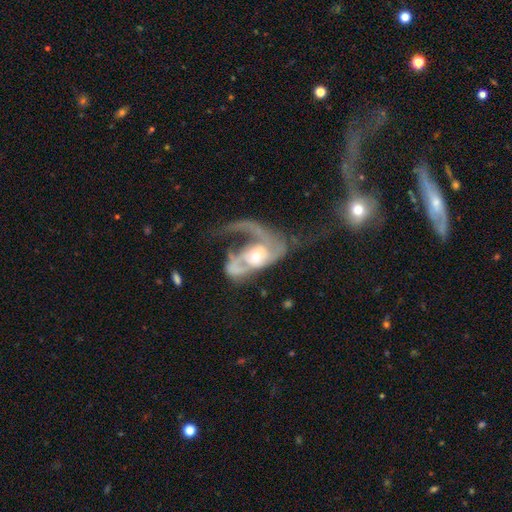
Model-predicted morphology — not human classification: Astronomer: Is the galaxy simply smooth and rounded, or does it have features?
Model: featured or disk — 81%.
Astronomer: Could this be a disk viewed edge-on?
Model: no — 96%.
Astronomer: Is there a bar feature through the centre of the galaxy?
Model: no — 65%.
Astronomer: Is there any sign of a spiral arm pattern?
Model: yes — 84%.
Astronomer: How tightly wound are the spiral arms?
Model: loose — 47% (runner-up: medium, 36%).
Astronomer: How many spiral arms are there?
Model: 1 — 37%, tied with 2 at 37%.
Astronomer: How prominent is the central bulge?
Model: moderate — 58%.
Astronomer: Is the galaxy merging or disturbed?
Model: major disturbance — 59%.